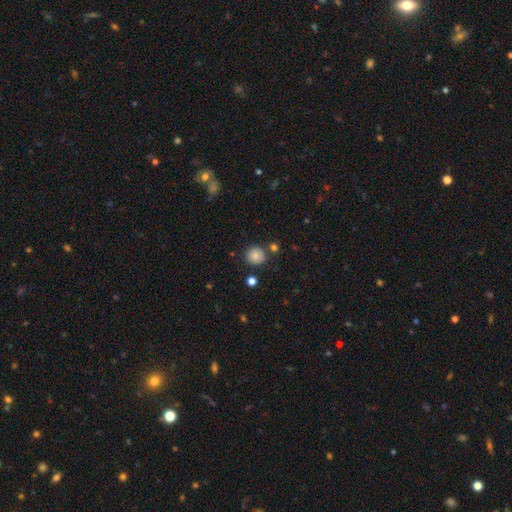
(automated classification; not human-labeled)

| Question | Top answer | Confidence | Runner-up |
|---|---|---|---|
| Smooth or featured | smooth | 84% | star or artifact (10%) |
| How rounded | round | 90% | in between (9%) |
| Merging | none | 84% | minor disturbance (8%) |